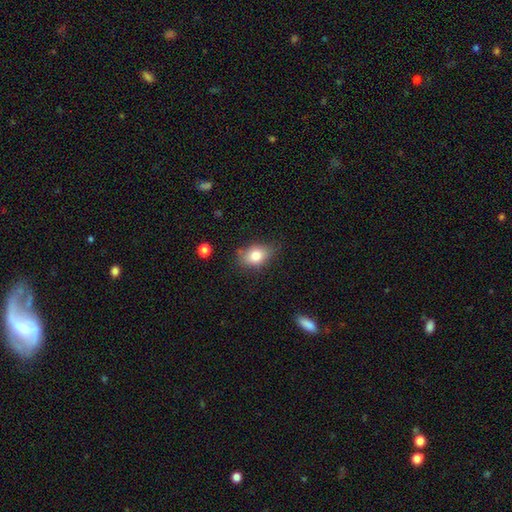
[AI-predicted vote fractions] This appears to be a smooth galaxy with no disk features (80%) that is in between round and cigar-shaped (77%). Merging: none (68%).